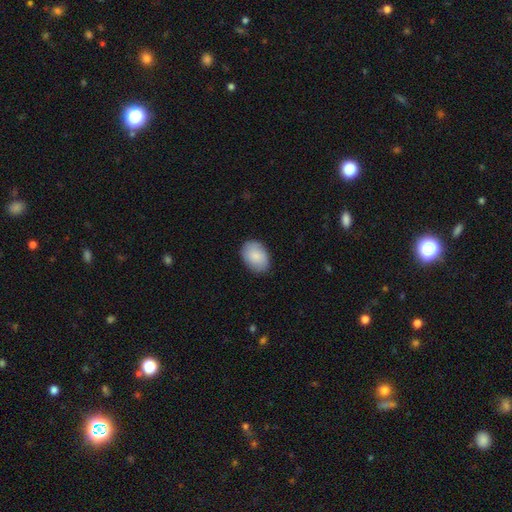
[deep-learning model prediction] Morphology: type=smooth (86%); roundness=in between (80%); merging=none (84%).